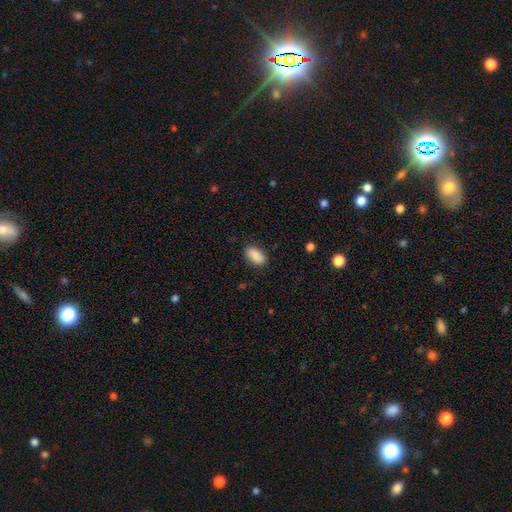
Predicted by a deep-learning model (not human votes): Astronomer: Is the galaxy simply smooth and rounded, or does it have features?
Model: smooth — 88%.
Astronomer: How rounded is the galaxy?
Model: in between — 91%.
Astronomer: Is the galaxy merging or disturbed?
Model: none — 83%.